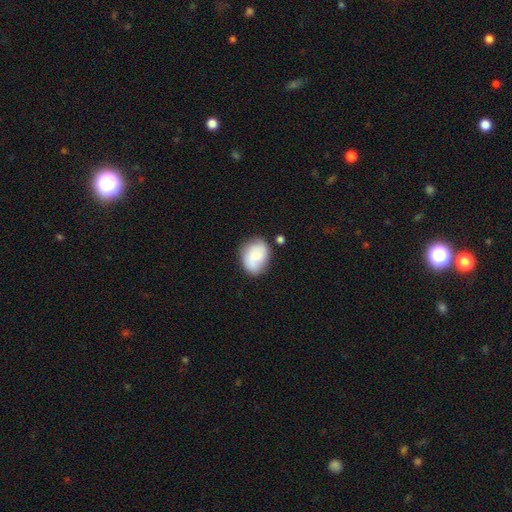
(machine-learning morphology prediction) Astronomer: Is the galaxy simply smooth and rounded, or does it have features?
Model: smooth — 67%.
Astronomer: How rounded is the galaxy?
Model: in between — 63%.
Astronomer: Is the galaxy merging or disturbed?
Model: none — 62%.